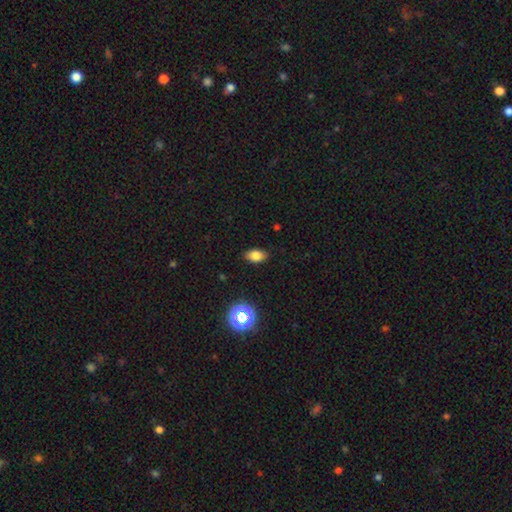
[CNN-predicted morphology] Smooth or featured: smooth — 79% (star or artifact — 13%)
How rounded: in between — 87% (round — 11%)
Merging: none — 85% (minor disturbance — 11%)